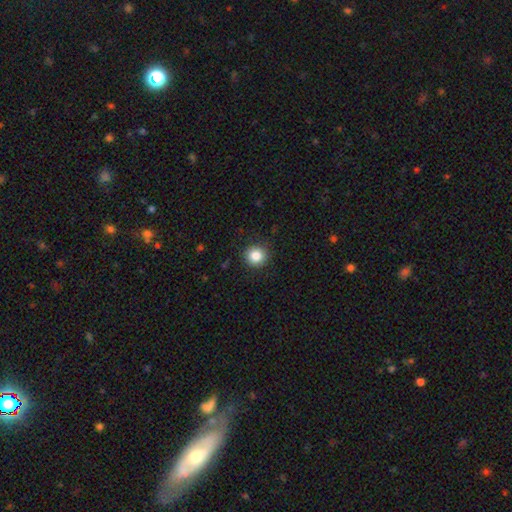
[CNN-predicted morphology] A smooth galaxy with no disk features (85%) that is round (93%). Merging: none (91%).